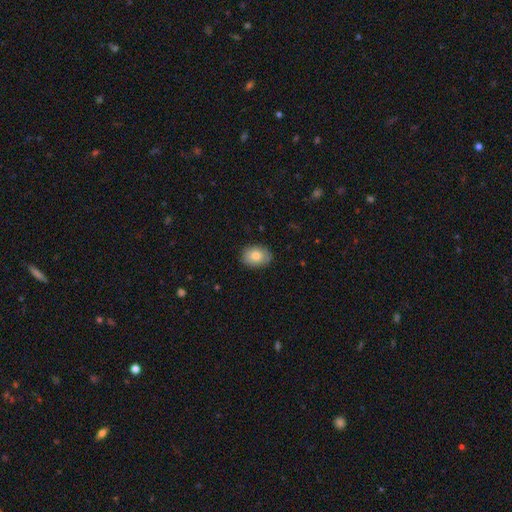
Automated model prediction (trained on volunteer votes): This appears to be a smooth galaxy with no disk features (81%) that is in between round and cigar-shaped (67%). Merging: none (86%).